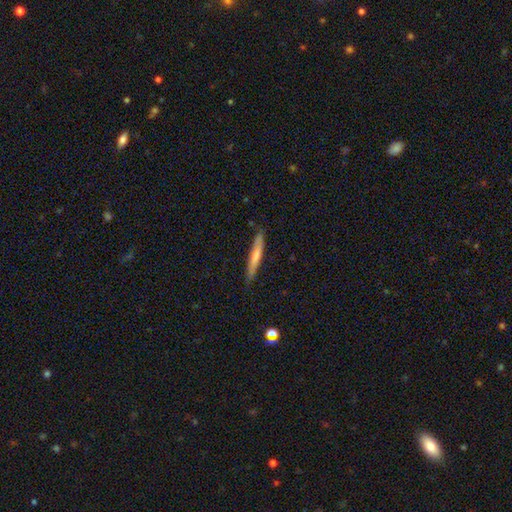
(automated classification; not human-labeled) A smooth galaxy with no disk features (61%) that is cigar-shaped (94%).

Vote fractions:
- Smooth or featured? smooth: 61% / featured or disk: 33% / star or artifact: 6%
- How rounded? cigar-shaped: 94% / in between: 5% / round: 1%
- Merging? none: 84% / minor disturbance: 13% / major disturbance: 2% / merger: 1%